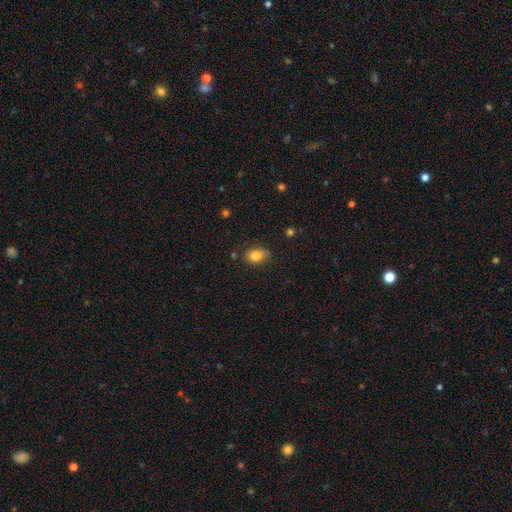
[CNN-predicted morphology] The model was most divided on "how rounded": in between: 65%, round: 34%, cigar-shaped: 1%. More confident: smooth or featured — smooth (83%); merging — none (74%).